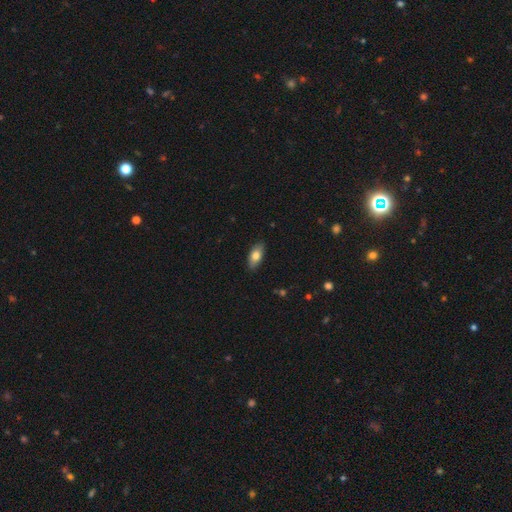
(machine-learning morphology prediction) smooth-or-featured: smooth: 77% | featured or disk: 16% | star or artifact: 7%
  how-rounded: in between: 88% | cigar-shaped: 8% | round: 3%
  merging: none: 87% | minor disturbance: 10% | major disturbance: 2% | merger: 1%